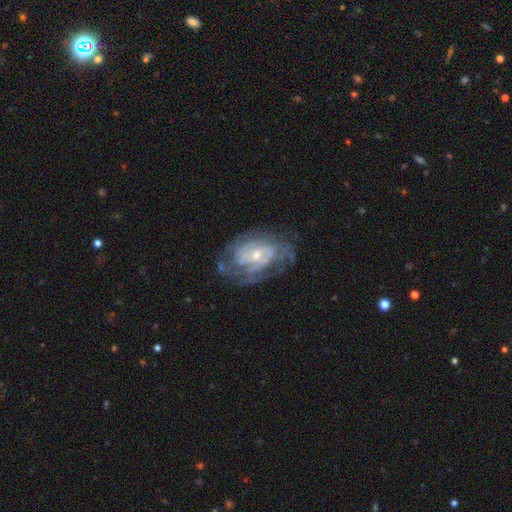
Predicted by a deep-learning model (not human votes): featured or disk 81%, smooth 9%, star or artifact 9%. Down the decision tree: edge-on disk — no (96%); bar — no (52%); spiral arms — yes (93%); spiral arm count — can't tell (35%); spiral winding — tight (61%); bulge size — small (61%); merging — none (71%).